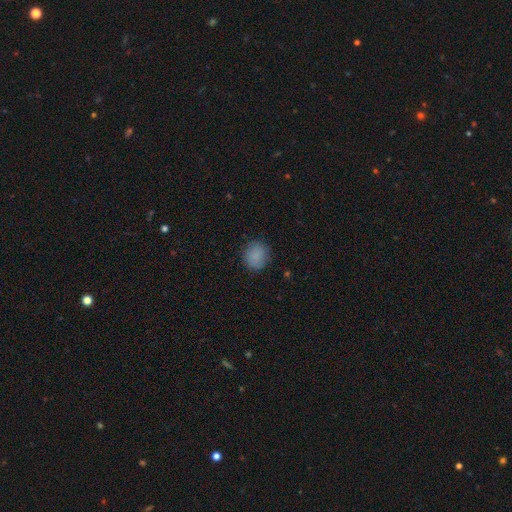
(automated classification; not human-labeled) A smooth galaxy with no disk features (86%) that is round (81%).

Vote fractions:
- Smooth or featured? smooth: 86% / star or artifact: 9% / featured or disk: 5%
- How rounded? round: 81% / in between: 18% / cigar-shaped: 1%
- Merging? none: 84% / minor disturbance: 12% / major disturbance: 3% / merger: 1%